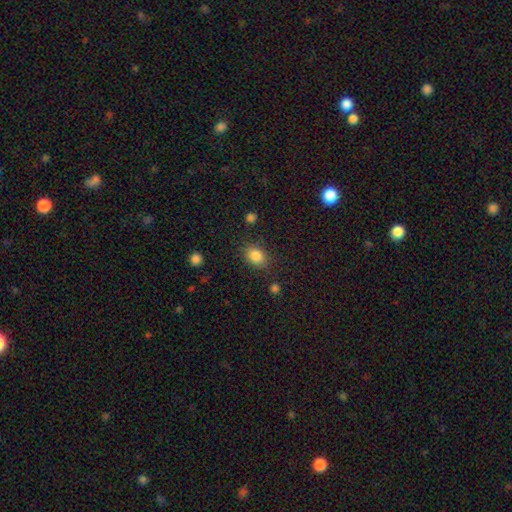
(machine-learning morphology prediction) Smooth or featured? smooth (84%)
How rounded? in between (61%)
Merging? none (79%)